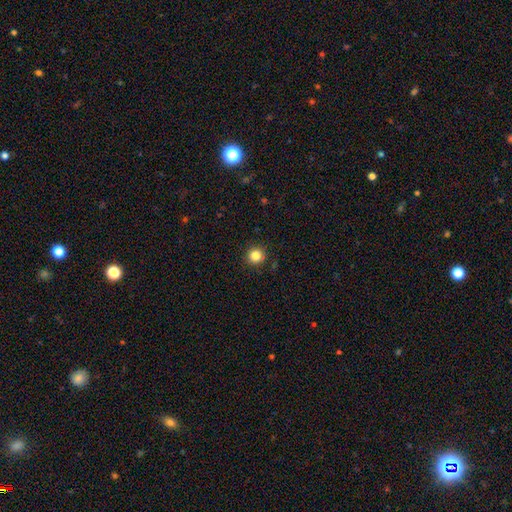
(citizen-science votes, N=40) Morphology: type=smooth (88%); roundness=round (100%); merging=none (92%).